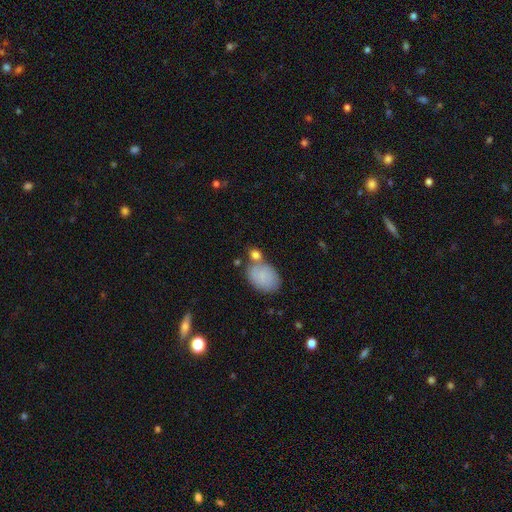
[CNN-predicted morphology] A smooth galaxy with no disk features (79%) that is in between round and cigar-shaped (58%). Merging: none (50%).